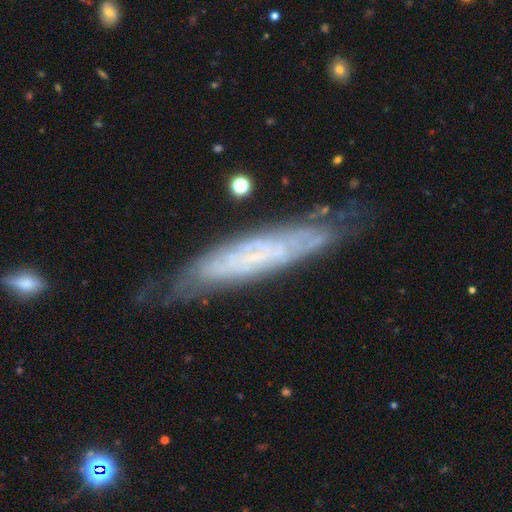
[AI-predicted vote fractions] The model was most divided on "edge-on disk": no: 52%, yes: 48%. More confident: merging — none (69%); smooth or featured — featured or disk (64%).